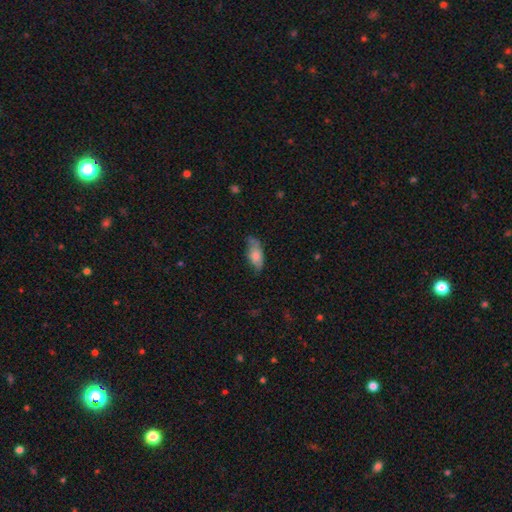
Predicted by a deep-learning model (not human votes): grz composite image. It shows a smooth galaxy with no disk features (76%) that is in between round and cigar-shaped (83%). Merging: none (52%).